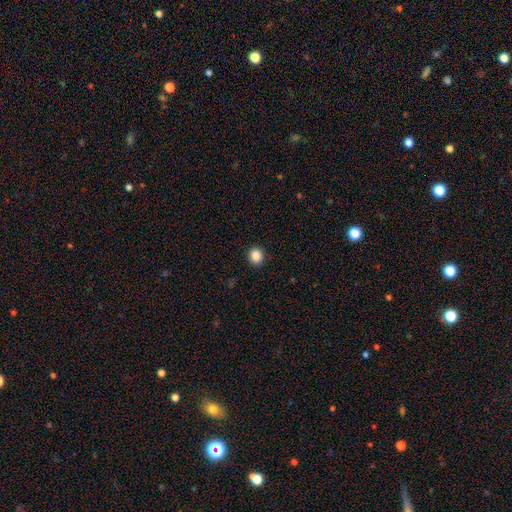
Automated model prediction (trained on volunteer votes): smooth 87%, star or artifact 10%, featured or disk 4%. Down the decision tree: how rounded — round (79%); merging — none (92%).